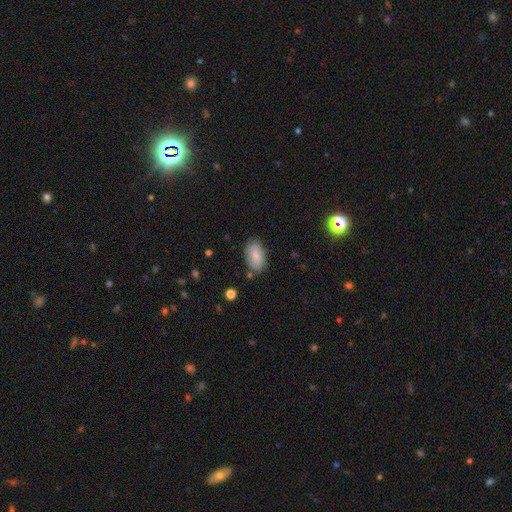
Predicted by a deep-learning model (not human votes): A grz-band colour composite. It shows a smooth galaxy with no disk features (82%) that is in between round and cigar-shaped (92%). Merging: none (76%).